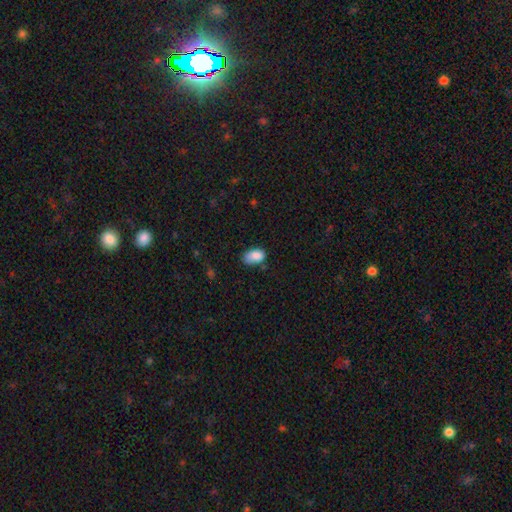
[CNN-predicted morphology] Smooth or featured? Predicted: smooth (p=0.85). How rounded? Predicted: in between (p=0.91). Merging? Predicted: none (p=0.53).